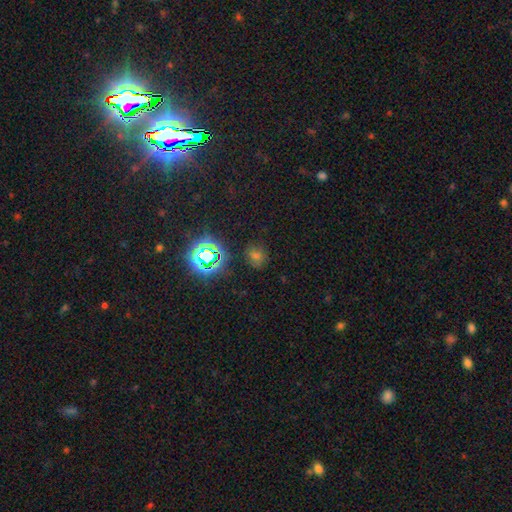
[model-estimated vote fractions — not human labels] Morphology: type=smooth (51%); roundness=round (68%); merging=none (79%).